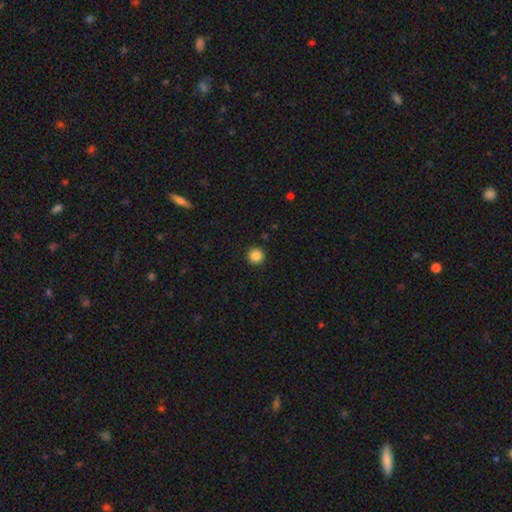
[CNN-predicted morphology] Q: Smooth or featured?
A: smooth (86%); runner-up: star or artifact (11%)
Q: How rounded?
A: round (96%); runner-up: in between (3%)
Q: Merging?
A: none (92%); runner-up: minor disturbance (5%)